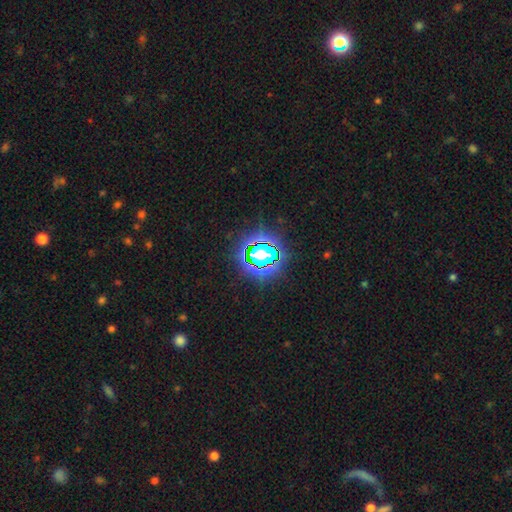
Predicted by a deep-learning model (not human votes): Morphology: type=star or artifact (70%).